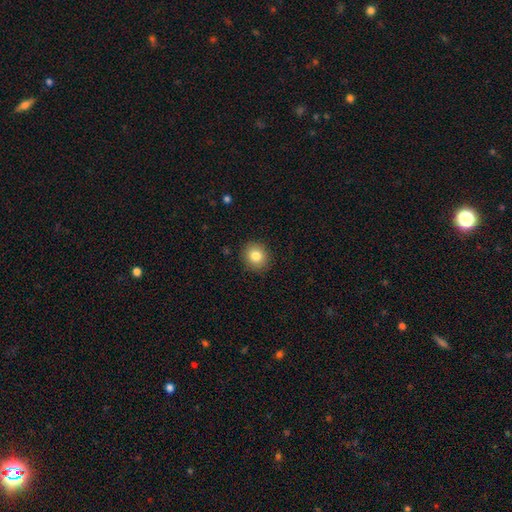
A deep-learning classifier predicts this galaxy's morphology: Overall: smooth (83%). How rounded: round (82%). Merging: none (90%).